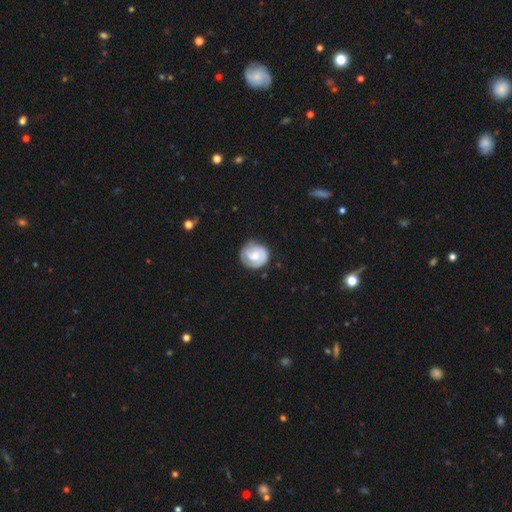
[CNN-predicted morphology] featured or disk 65%, smooth 29%, star or artifact 6%. Down the decision tree: edge-on disk — no (98%); bar — no (61%); spiral arms — yes (89%); spiral arm count — 2 (52%); spiral winding — tight (62%); bulge size — moderate (54%); merging — none (73%).